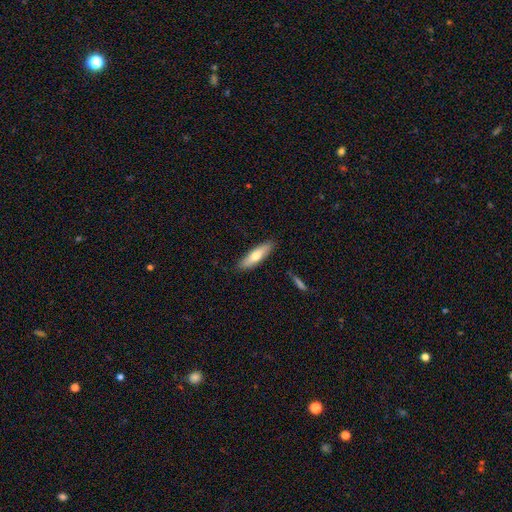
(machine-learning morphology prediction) Smooth or featured? Predicted: smooth (p=0.66). How rounded? Predicted: cigar-shaped (p=0.63). Merging? Predicted: none (p=0.87).